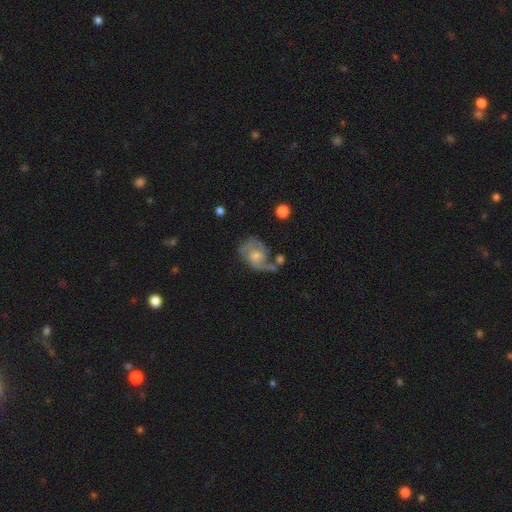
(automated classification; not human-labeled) Smooth or featured? featured or disk (79%)
Edge-on disk? no (97%)
Bar? no (64%)
Spiral arms? yes (92%)
Spiral winding? medium (49%)
Spiral arm count? 2 (67%)
Bulge size? moderate (47%)
Merging? none (46%)